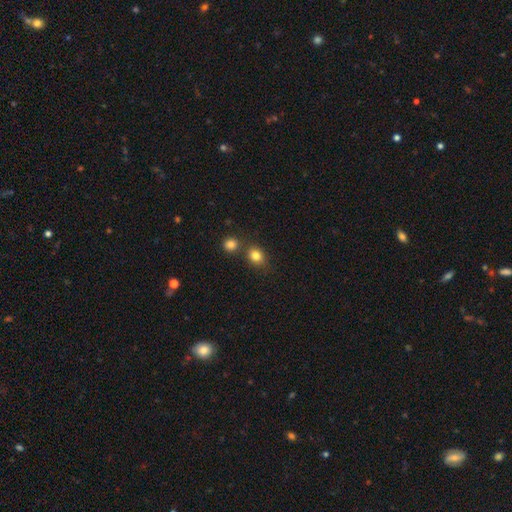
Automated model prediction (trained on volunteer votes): Smooth or featured?
  - smooth: 82% *
  - star or artifact: 12%
  - featured or disk: 6%
How rounded?
  - round: 61% *
  - in between: 38%
  - cigar-shaped: 1%
Merging?
  - none: 68% *
  - merger: 18%
  - minor disturbance: 11%
  - major disturbance: 3%